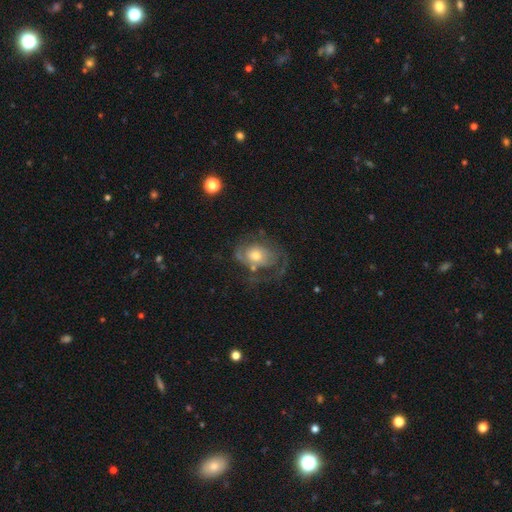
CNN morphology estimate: Smooth or featured? Predicted: featured or disk (p=0.69). Edge-on disk? Predicted: no (p=0.96). Bar? Predicted: no (p=0.78). Spiral arms? Predicted: yes (p=0.76). Spiral winding? Predicted: tight (p=0.39). Spiral arm count? Predicted: 2 (p=0.41). Bulge size? Predicted: moderate (p=0.62). Merging? Predicted: none (p=0.42).